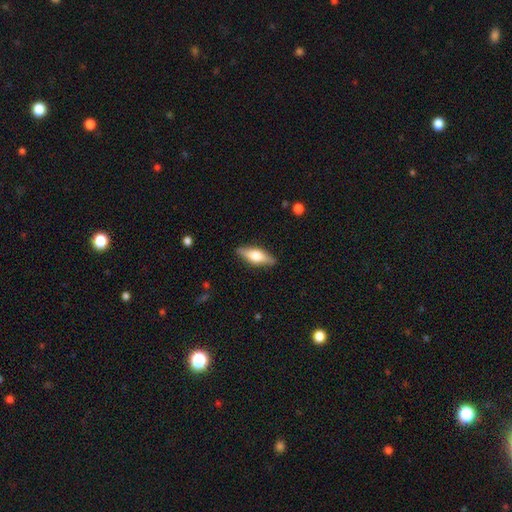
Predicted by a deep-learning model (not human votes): A smooth galaxy with no disk features (48%).

Vote fractions:
- Smooth or featured? smooth: 48% / featured or disk: 47% / star or artifact: 6%
- Merging? none: 87% / minor disturbance: 9% / major disturbance: 2% / merger: 1%